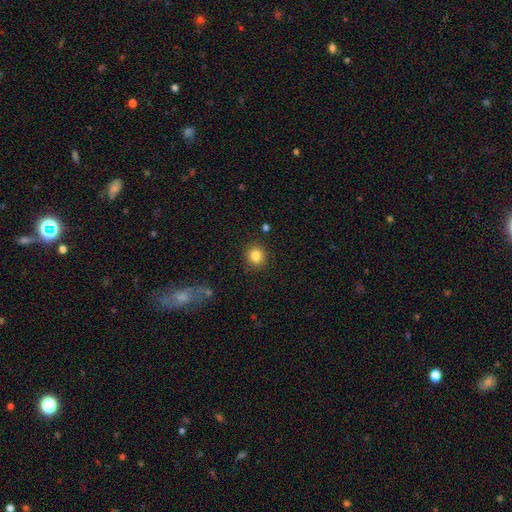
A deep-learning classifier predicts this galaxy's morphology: The model was most divided on "how rounded": round: 86%, in between: 13%, cigar-shaped: 1%. More confident: merging — none (89%); smooth or featured — smooth (84%).